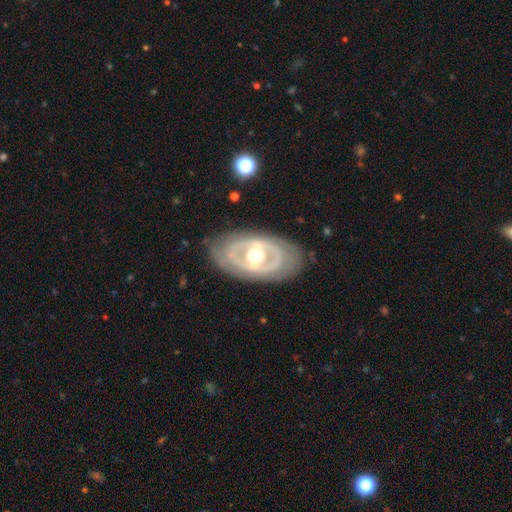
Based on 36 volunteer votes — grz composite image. It shows a featured or disk galaxy (81%) with a strong bar (48%), no spiral arms (89%) and a moderate central bulge (63%). Merging: none (83%).